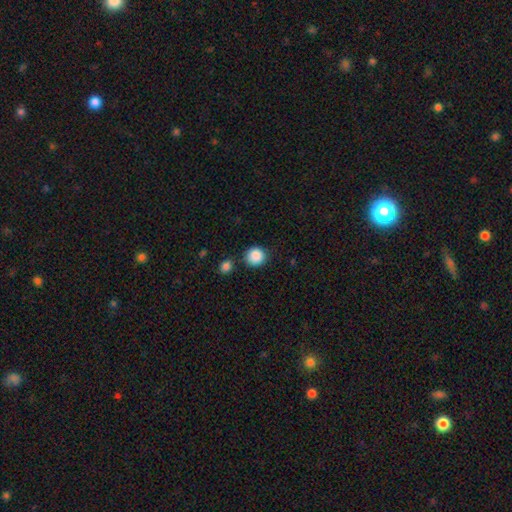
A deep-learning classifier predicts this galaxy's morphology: The model was most divided on "merging": none: 81%, minor disturbance: 11%, merger: 5%, major disturbance: 3%. More confident: how rounded — round (90%); smooth or featured — smooth (88%).